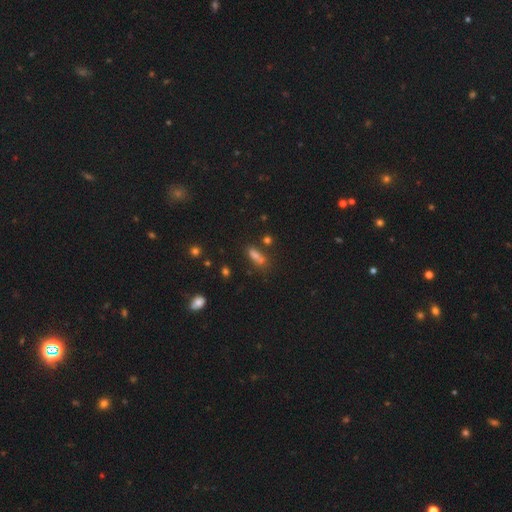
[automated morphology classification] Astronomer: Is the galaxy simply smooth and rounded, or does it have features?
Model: smooth — 69%.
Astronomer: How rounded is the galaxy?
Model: in between — 54% (runner-up: cigar-shaped, 38%).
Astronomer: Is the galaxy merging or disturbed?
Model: none — 60%.